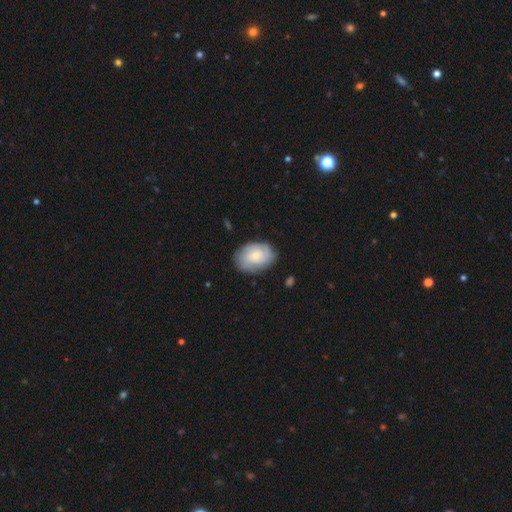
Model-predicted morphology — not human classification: smooth_or_featured: smooth (p=0.52) [alt: featured or disk p=0.41]
how_rounded: in between (p=0.78) [alt: round p=0.21]
merging: none (p=0.76) [alt: minor disturbance p=0.18]